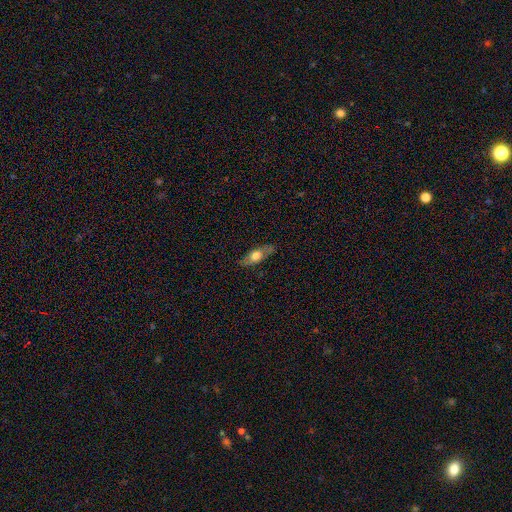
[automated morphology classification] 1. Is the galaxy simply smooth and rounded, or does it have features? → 56% smooth, 38% featured or disk, 6% star or artifact.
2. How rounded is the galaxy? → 60% in between, 36% cigar-shaped, 5% round.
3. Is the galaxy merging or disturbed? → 79% none, 16% minor disturbance, 4% major disturbance, 1% merger.